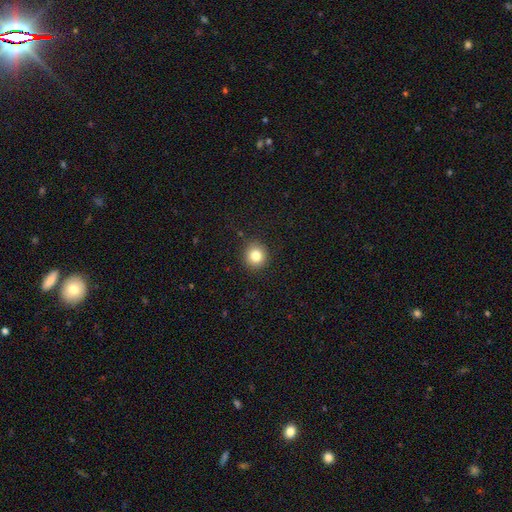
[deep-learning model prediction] smooth_or_featured: smooth (p=0.82) [alt: star or artifact p=0.11]
how_rounded: round (p=0.91) [alt: in between p=0.08]
merging: none (p=0.90) [alt: minor disturbance p=0.07]